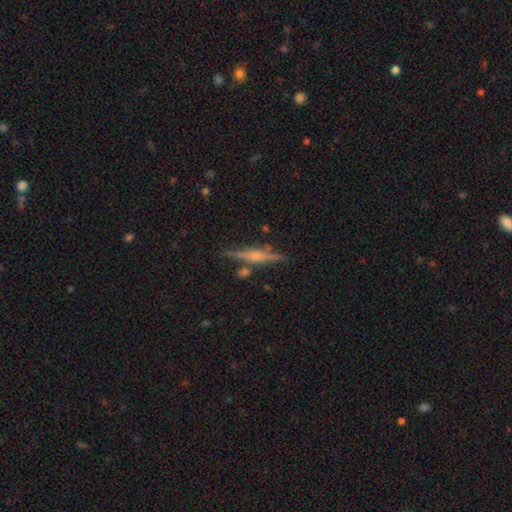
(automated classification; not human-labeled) Smooth or featured? Predicted: featured or disk (p=0.69). Edge-on disk? Predicted: yes (p=0.97). Edge-on bulge? Predicted: rounded (p=0.69). Merging? Predicted: none (p=0.80).